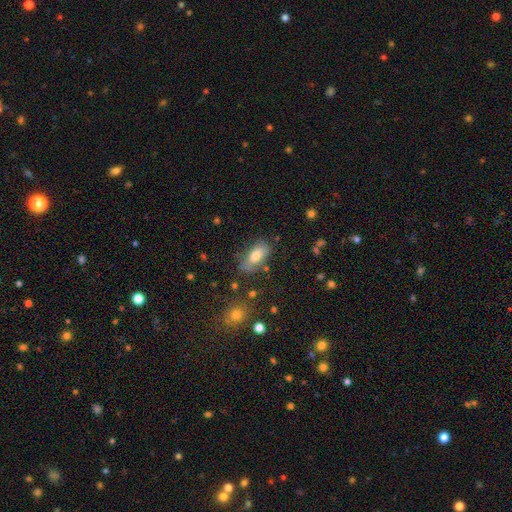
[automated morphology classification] smooth-or-featured: smooth: 72% | featured or disk: 20% | star or artifact: 8%
  how-rounded: in between: 86% | cigar-shaped: 10% | round: 4%
  merging: none: 69% | minor disturbance: 21% | major disturbance: 6% | merger: 4%